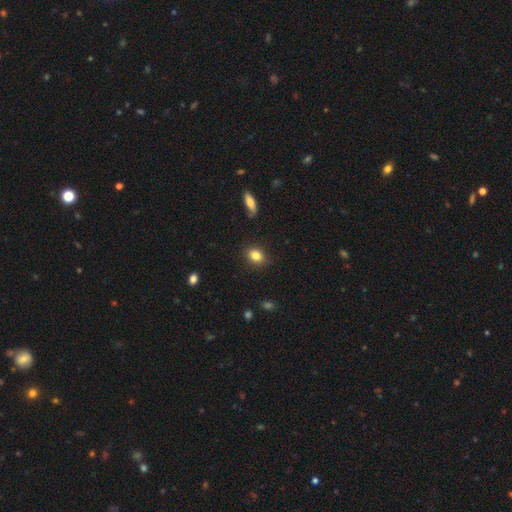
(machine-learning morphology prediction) type=smooth (84%); roundness=in between (57%); merging=none (87%).